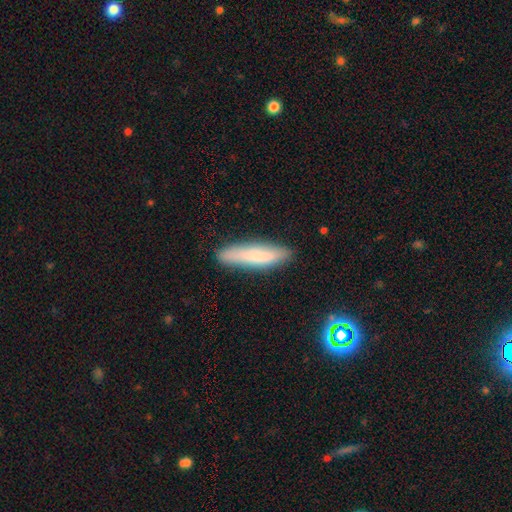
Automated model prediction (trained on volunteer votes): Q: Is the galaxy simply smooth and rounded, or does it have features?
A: smooth — 73%.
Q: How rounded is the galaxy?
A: cigar-shaped — 81%.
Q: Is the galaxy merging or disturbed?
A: none — 84%.